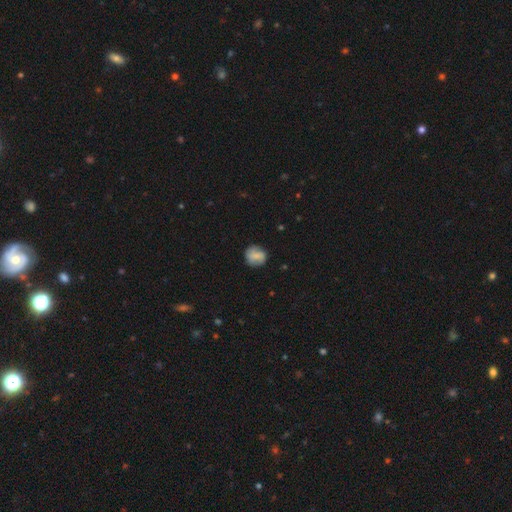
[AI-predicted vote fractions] Smooth or featured? smooth (72%)
How rounded? round (82%)
Merging? none (74%)